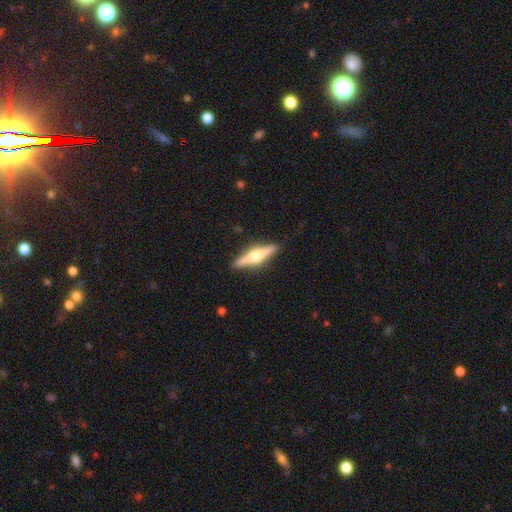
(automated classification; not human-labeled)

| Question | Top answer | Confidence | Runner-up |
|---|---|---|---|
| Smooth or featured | featured or disk | 69% | smooth (26%) |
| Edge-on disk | yes | 97% | no (3%) |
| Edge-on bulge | rounded | 93% | boxy (5%) |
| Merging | none | 90% | minor disturbance (7%) |